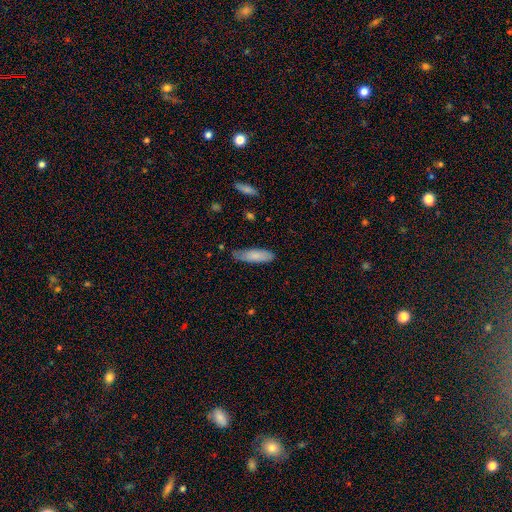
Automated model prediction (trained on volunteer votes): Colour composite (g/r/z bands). It shows a smooth galaxy with no disk features (80%) that is cigar-shaped (50%). Merging: none (65%).